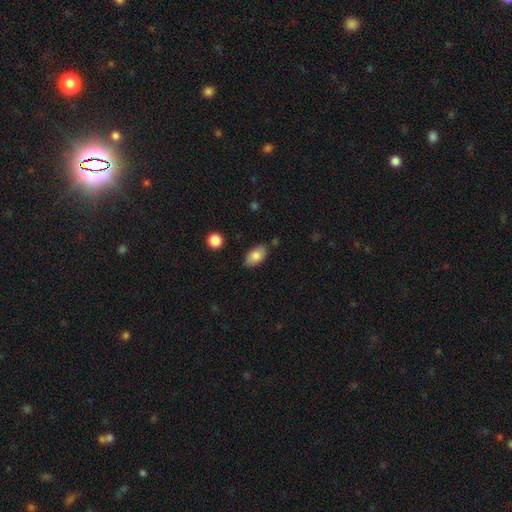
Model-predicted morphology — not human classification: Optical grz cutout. It shows a smooth galaxy with no disk features (82%) that is in between round and cigar-shaped (93%). Merging: none (81%).